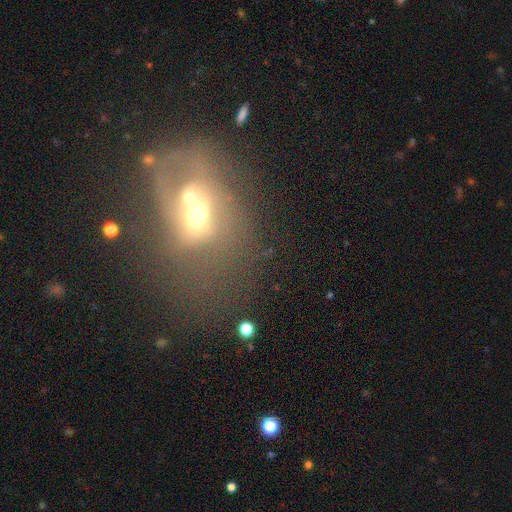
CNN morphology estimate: A featured or disk galaxy (42%). Merging: merger (58%).